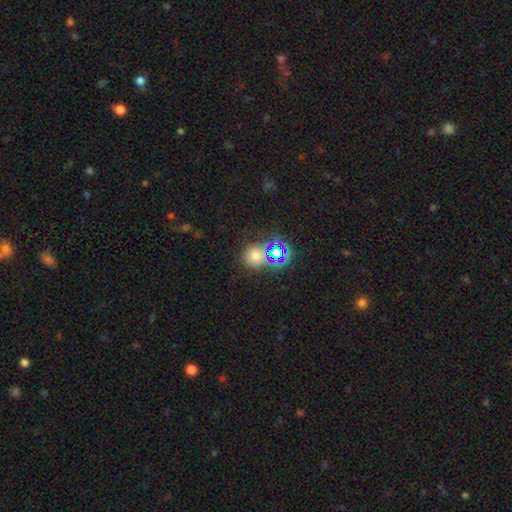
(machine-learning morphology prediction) This appears to be a smooth galaxy with no disk features (62%) that is round (78%). Merging: none (62%).